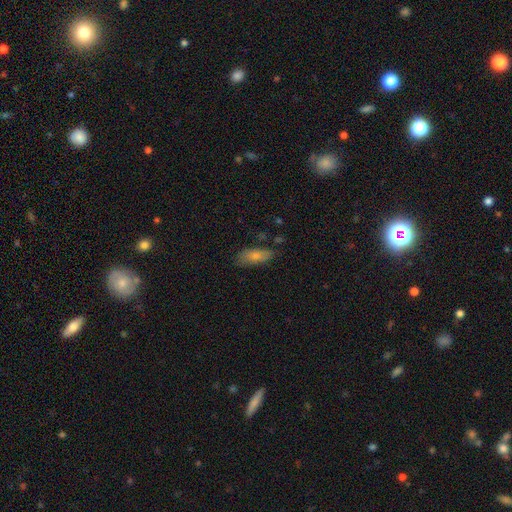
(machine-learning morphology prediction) A smooth galaxy with no disk features (77%) that is in between round and cigar-shaped (79%).

Vote fractions:
- Smooth or featured? smooth: 77% / featured or disk: 16% / star or artifact: 7%
- How rounded? in between: 79% / cigar-shaped: 19% / round: 3%
- Merging? none: 65% / minor disturbance: 26% / major disturbance: 6% / merger: 3%